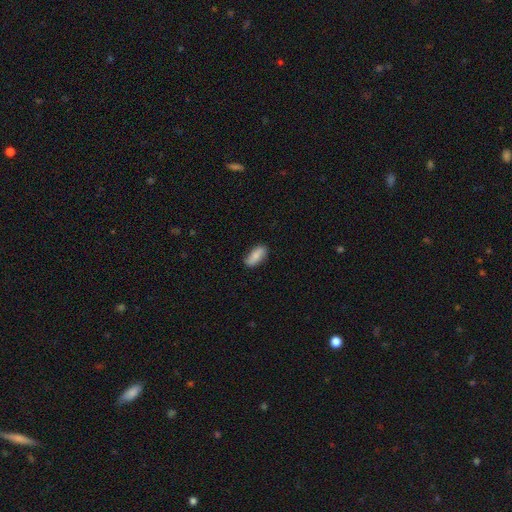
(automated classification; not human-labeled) Smooth or featured? smooth (78%)
How rounded? in between (84%)
Merging? none (80%)